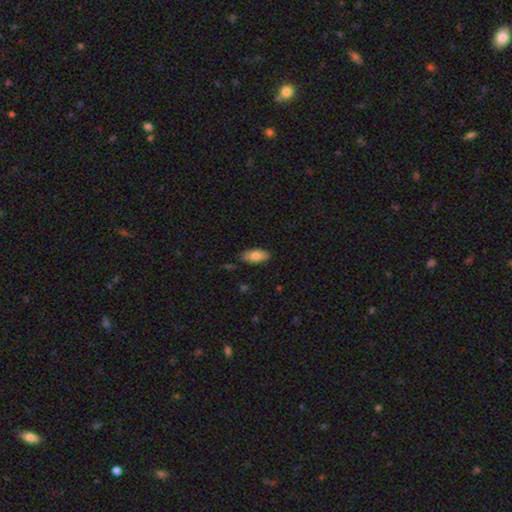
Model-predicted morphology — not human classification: type=smooth (80%); roundness=in between (89%); merging=none (83%).